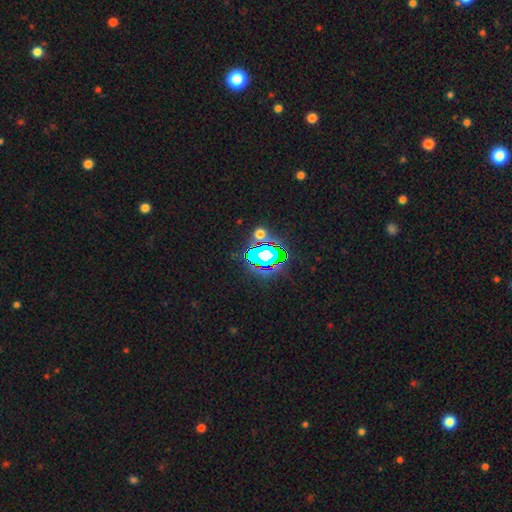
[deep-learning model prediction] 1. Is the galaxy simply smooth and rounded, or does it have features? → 76% star or artifact, 15% smooth, 9% featured or disk.